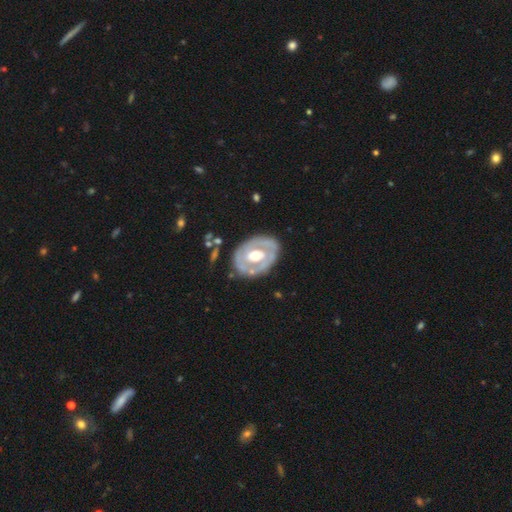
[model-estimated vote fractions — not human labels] Smooth or featured: featured or disk — 72% (smooth — 23%)
Edge-on disk: no — 95% (yes — 5%)
Bar: no — 56% (weak — 29%)
Spiral arms: no — 59% (yes — 41%)
Bulge size: moderate — 70% (large — 19%)
Merging: none — 74% (minor disturbance — 18%)